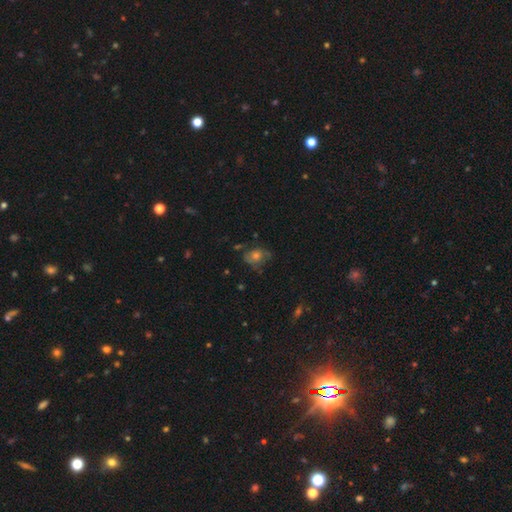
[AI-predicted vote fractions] Smooth or featured? smooth (39%)
Merging? none (61%)